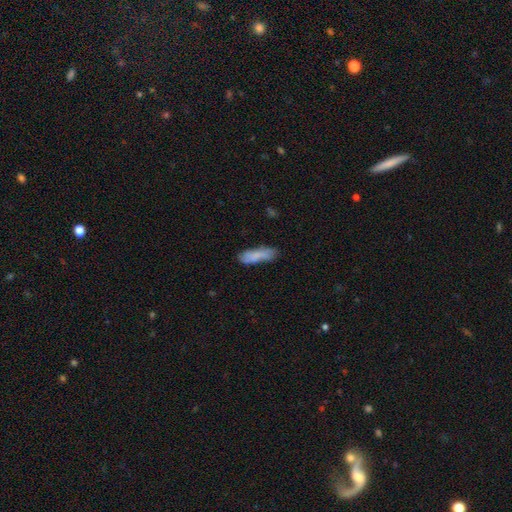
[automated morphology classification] smooth-or-featured: smooth: 79% | featured or disk: 14% | star or artifact: 7%
  how-rounded: cigar-shaped: 53% | in between: 45% | round: 2%
  merging: none: 69% | minor disturbance: 22% | major disturbance: 6% | merger: 3%